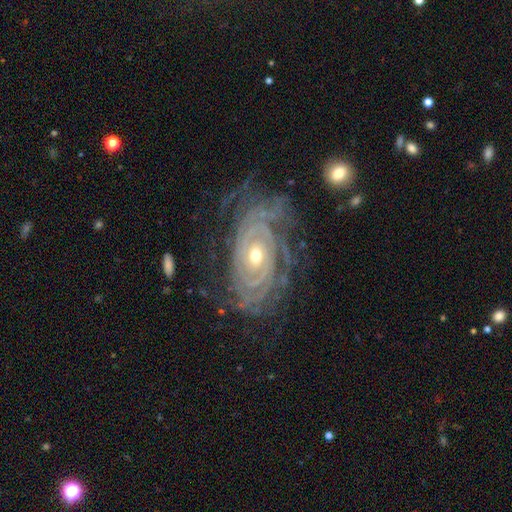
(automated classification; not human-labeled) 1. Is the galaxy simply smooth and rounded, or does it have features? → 90% featured or disk, 5% star or artifact, 5% smooth.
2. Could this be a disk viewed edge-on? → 95% no, 5% yes.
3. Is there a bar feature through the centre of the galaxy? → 69% no, 21% weak, 10% strong.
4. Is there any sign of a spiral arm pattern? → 97% yes, 3% no.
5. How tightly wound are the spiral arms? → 84% tight, 13% medium, 3% loose.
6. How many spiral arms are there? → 29% can't tell, 22% 2, 17% 3, 15% 4, 11% more than 4, 6% 1.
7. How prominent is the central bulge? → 51% moderate, 45% small, 2% large, 1% none, 1% dominant.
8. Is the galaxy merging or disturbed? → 67% none, 19% minor disturbance, 12% major disturbance, 2% merger.